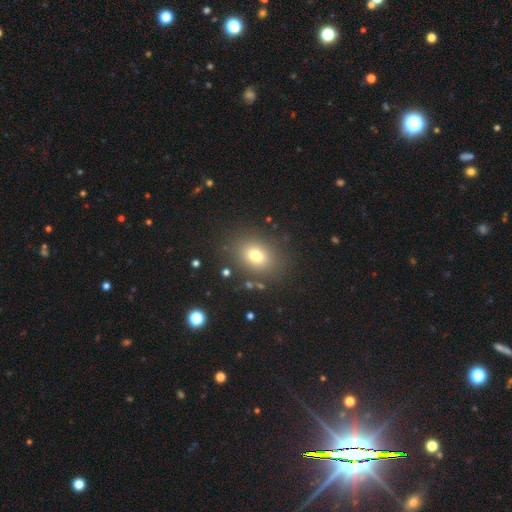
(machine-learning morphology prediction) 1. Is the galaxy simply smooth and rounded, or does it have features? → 75% smooth, 14% star or artifact, 11% featured or disk.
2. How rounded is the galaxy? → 60% in between, 39% round, 1% cigar-shaped.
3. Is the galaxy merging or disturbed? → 84% none, 9% minor disturbance, 4% major disturbance, 2% merger.